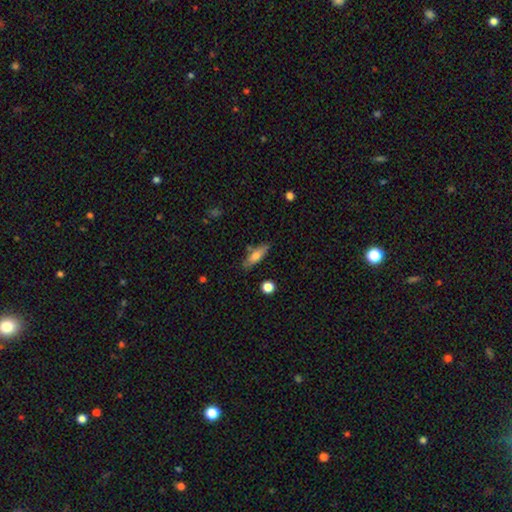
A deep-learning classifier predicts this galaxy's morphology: A smooth galaxy with no disk features (74%) that is in between round and cigar-shaped (50%). Merging: none (75%).